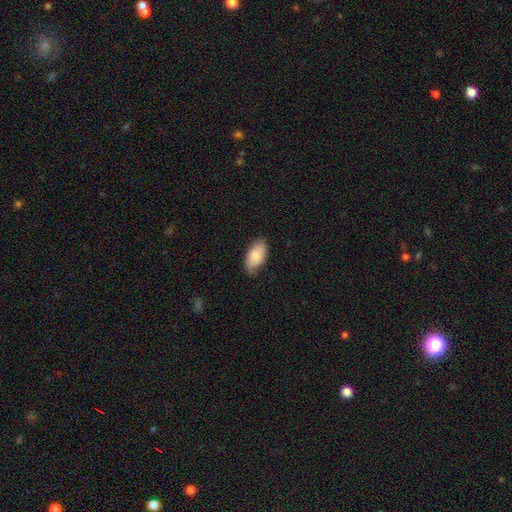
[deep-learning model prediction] smooth-or-featured: smooth: 81% | featured or disk: 13% | star or artifact: 6%
  how-rounded: in between: 95% | round: 3% | cigar-shaped: 3%
  merging: none: 77% | minor disturbance: 19% | major disturbance: 3% | merger: 1%